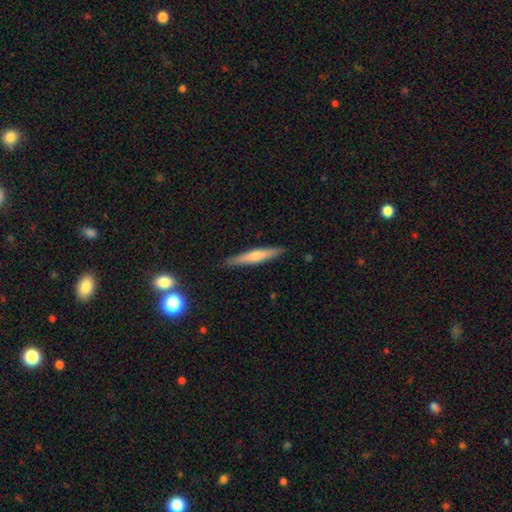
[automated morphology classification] Smooth or featured? Predicted: smooth (p=0.47). Merging? Predicted: none (p=0.89).